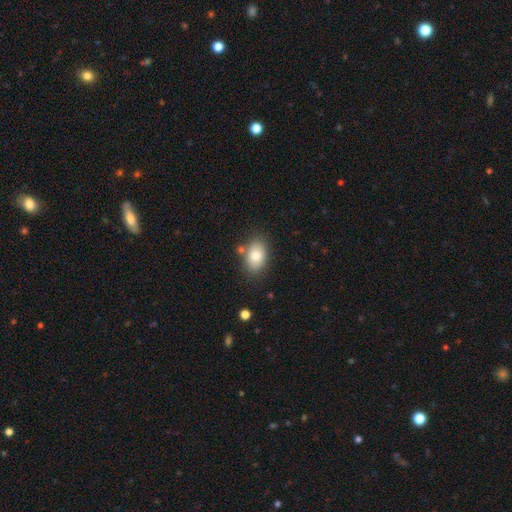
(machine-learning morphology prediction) Smooth or featured: smooth — 79% (featured or disk — 13%)
How rounded: in between — 85% (round — 14%)
Merging: none — 76% (minor disturbance — 14%)